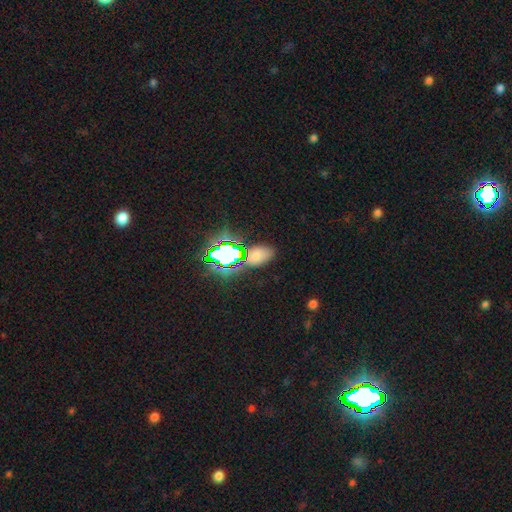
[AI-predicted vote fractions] smooth_or_featured: smooth (p=0.54) [alt: star or artifact p=0.35]
how_rounded: in between (p=0.87) [alt: round p=0.10]
merging: none (p=0.73) [alt: minor disturbance p=0.15]